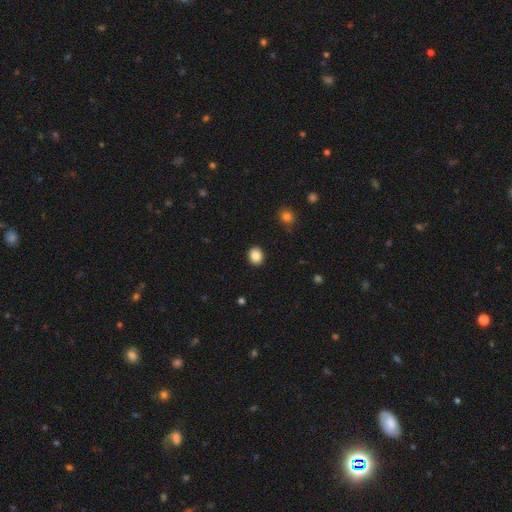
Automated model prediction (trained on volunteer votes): Smooth or featured? smooth (87%)
How rounded? round (68%)
Merging? none (91%)